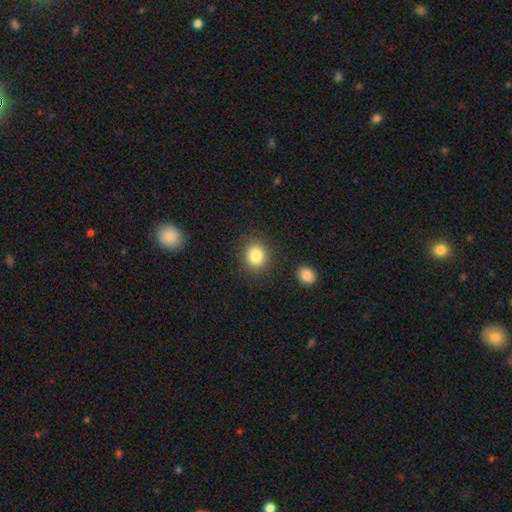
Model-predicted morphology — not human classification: Smooth or featured: smooth — 84% (star or artifact — 10%)
How rounded: round — 74% (in between — 25%)
Merging: none — 87% (minor disturbance — 8%)